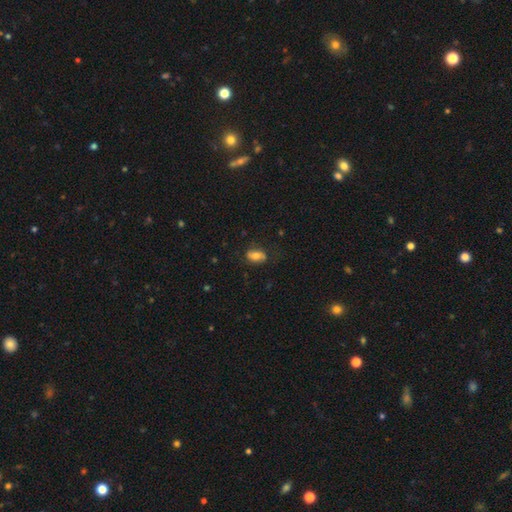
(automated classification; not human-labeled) Smooth or featured? Predicted: smooth (p=0.65). How rounded? Predicted: in between (p=0.87). Merging? Predicted: none (p=0.73).